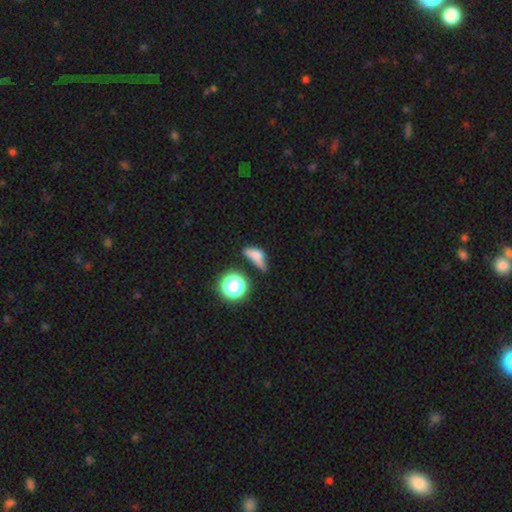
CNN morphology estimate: A smooth galaxy with no disk features (63%) that is in between round and cigar-shaped (67%).

Vote fractions:
- Smooth or featured? smooth: 63% / featured or disk: 20% / star or artifact: 17%
- How rounded? in between: 67% / round: 18% / cigar-shaped: 15%
- Merging? minor disturbance: 32% / none: 29% / major disturbance: 28% / merger: 11%